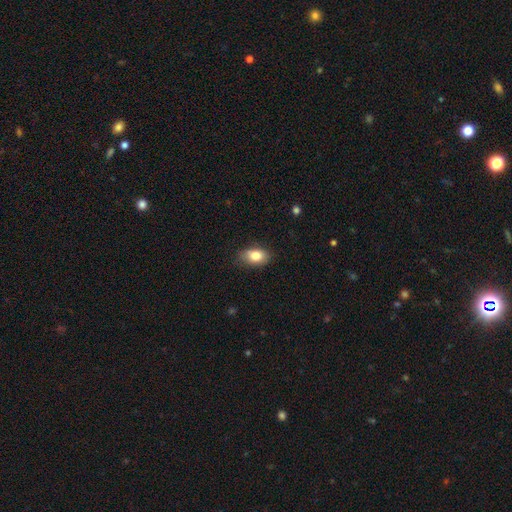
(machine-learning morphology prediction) A smooth galaxy with no disk features (81%) that is in between round and cigar-shaped (87%). Merging: none (81%).